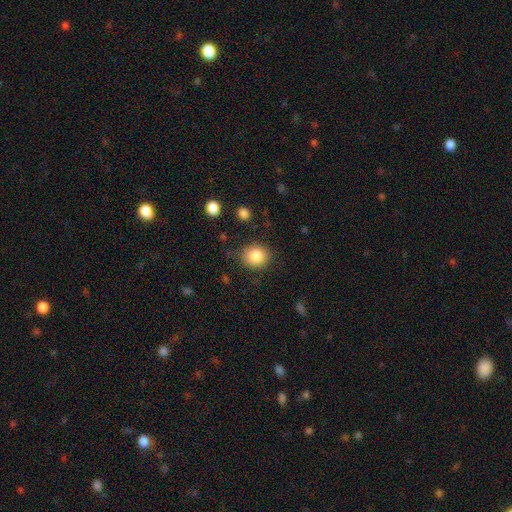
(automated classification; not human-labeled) This is clearly a smooth galaxy (85%). How rounded: likely round (79%). Merging: clearly none (81%).